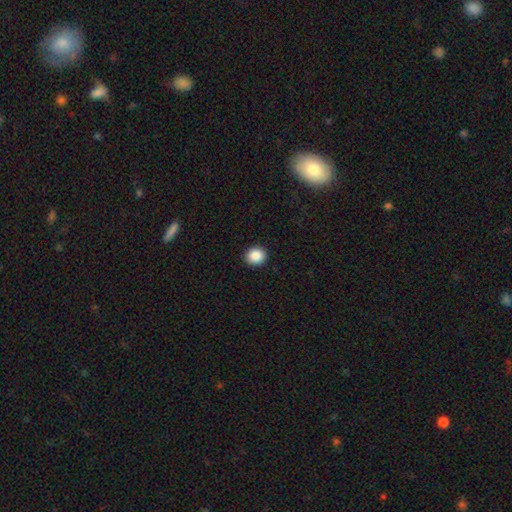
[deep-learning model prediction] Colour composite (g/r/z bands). It shows a smooth galaxy with no disk features (88%) that is round (80%). Merging: none (92%).